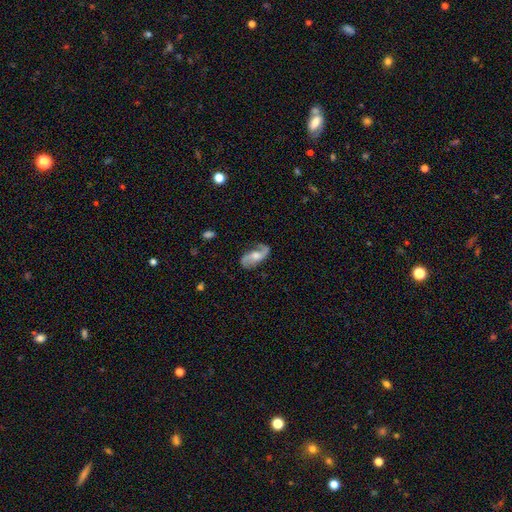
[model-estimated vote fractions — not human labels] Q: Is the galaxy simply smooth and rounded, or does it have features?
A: featured or disk — 82%.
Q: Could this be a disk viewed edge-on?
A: no — 95%.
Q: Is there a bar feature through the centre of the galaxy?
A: no — 50%.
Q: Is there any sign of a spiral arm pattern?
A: yes — 95%.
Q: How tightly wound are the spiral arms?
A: loose — 50%.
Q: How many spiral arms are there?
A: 2 — 90%.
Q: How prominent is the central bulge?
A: moderate — 58%.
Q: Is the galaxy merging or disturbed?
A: none — 75%.